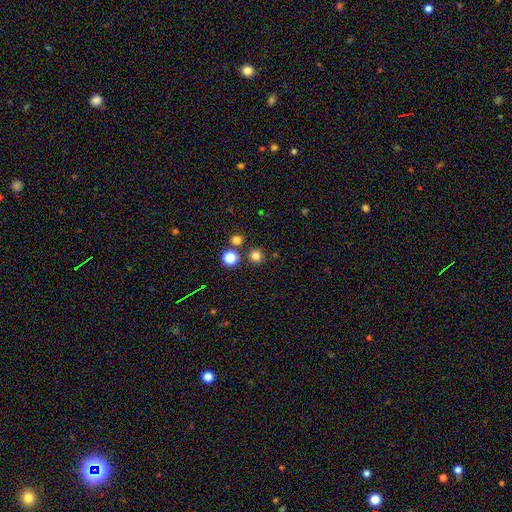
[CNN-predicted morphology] smooth 78%, star or artifact 17%, featured or disk 5%. Down the decision tree: how rounded — round (94%); merging — none (83%).